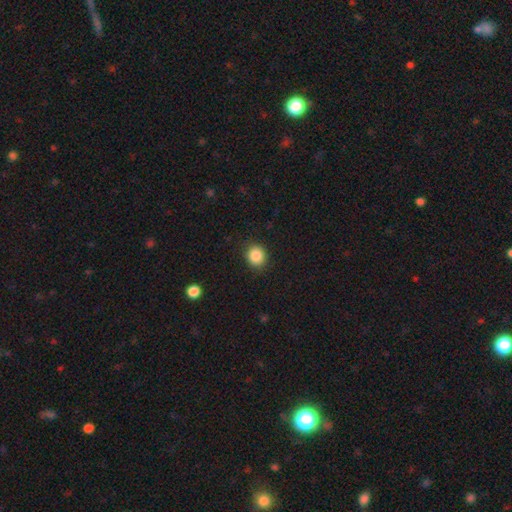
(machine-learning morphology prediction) Q: Smooth or featured?
A: smooth (87%); runner-up: star or artifact (9%)
Q: How rounded?
A: round (77%); runner-up: in between (23%)
Q: Merging?
A: none (88%); runner-up: minor disturbance (8%)